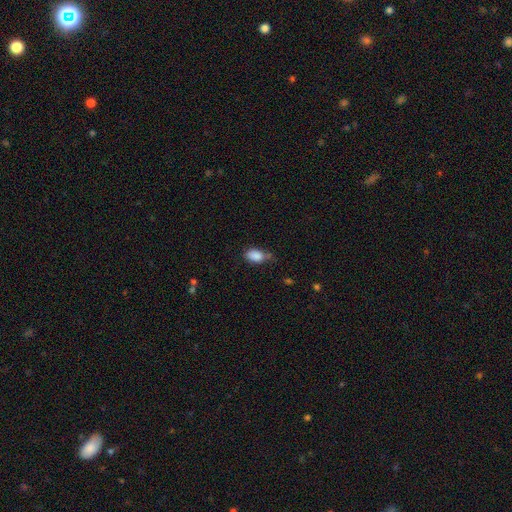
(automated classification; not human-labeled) Smooth or featured? smooth (87%)
How rounded? in between (89%)
Merging? none (53%)